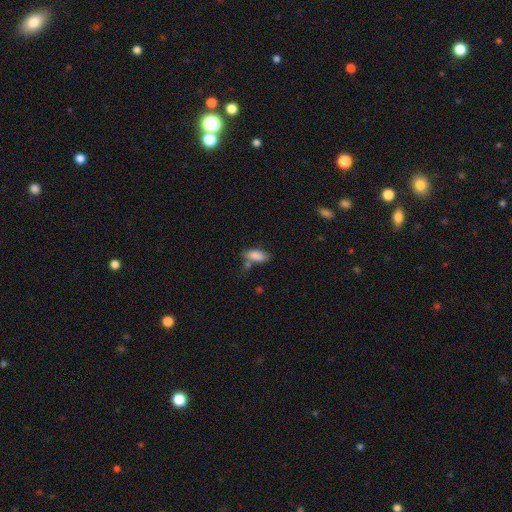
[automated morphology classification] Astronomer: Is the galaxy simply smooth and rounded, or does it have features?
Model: smooth — 83%.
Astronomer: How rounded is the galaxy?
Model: in between — 79%.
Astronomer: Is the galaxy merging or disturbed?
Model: none — 51%.